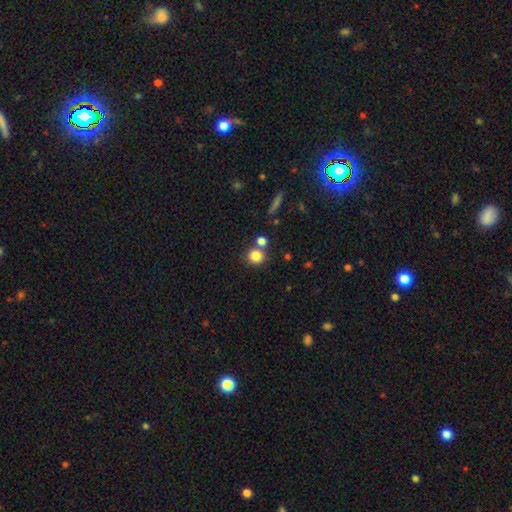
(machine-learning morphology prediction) smooth 83%, star or artifact 11%, featured or disk 6%. Down the decision tree: how rounded — round (88%); merging — none (64%).